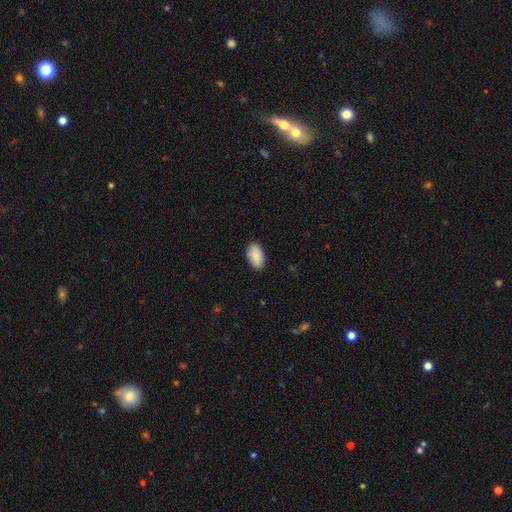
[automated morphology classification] Smooth or featured?
  - smooth: 90% *
  - star or artifact: 6%
  - featured or disk: 4%
How rounded?
  - in between: 95% *
  - round: 3%
  - cigar-shaped: 2%
Merging?
  - none: 86% *
  - minor disturbance: 11%
  - major disturbance: 2%
  - merger: 1%